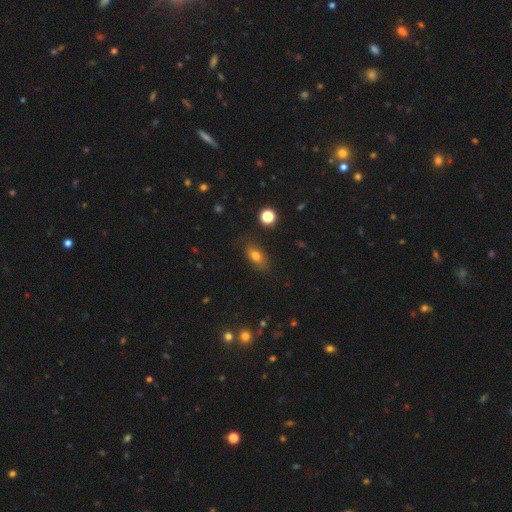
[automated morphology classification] Smooth or featured? smooth (74%)
How rounded? in between (80%)
Merging? none (81%)